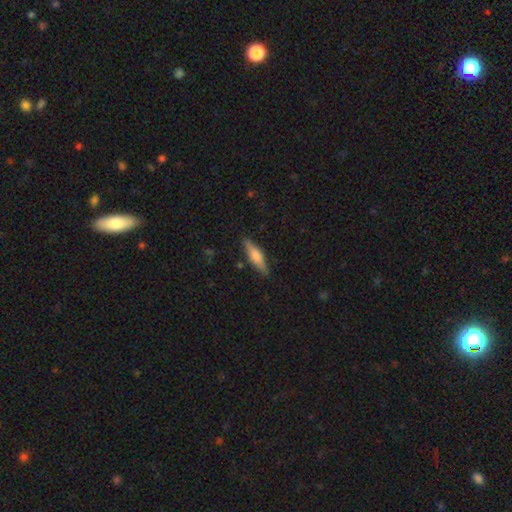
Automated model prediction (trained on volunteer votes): The model was most divided on "smooth or featured": smooth: 54%, featured or disk: 40%, star or artifact: 7%. More confident: merging — none (86%); how rounded — cigar-shaped (70%).